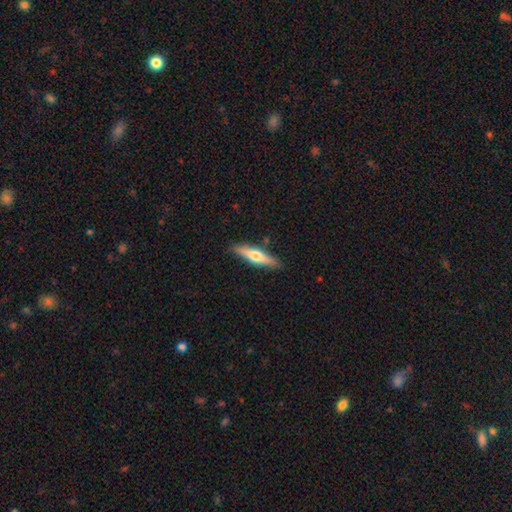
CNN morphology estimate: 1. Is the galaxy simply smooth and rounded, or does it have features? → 48% smooth, 47% featured or disk, 6% star or artifact.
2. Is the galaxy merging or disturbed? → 87% none, 9% minor disturbance, 2% major disturbance, 2% merger.